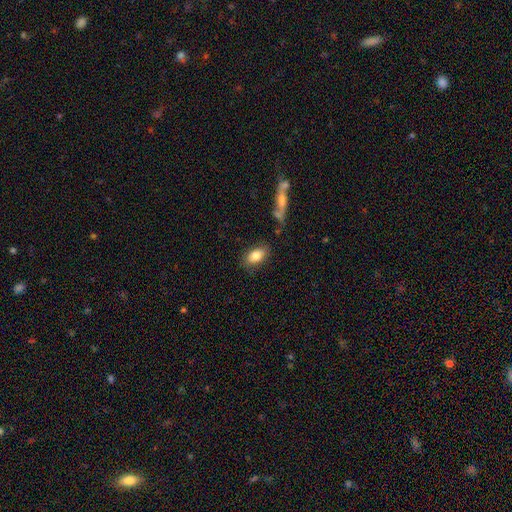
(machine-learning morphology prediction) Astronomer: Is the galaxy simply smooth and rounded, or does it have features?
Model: smooth — 82%.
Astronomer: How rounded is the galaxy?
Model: in between — 89%.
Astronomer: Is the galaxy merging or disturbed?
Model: none — 80%.